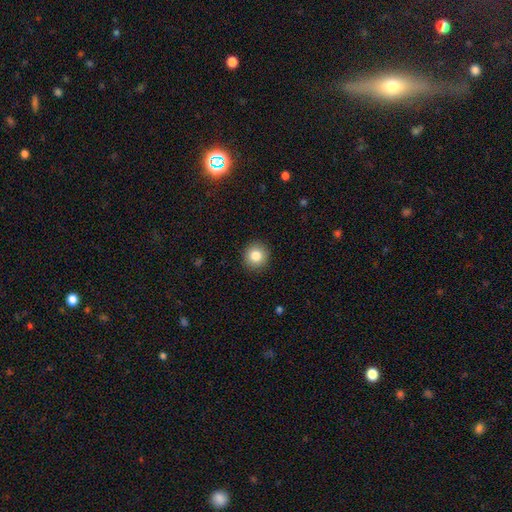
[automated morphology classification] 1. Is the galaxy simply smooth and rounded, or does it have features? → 82% smooth, 10% star or artifact, 8% featured or disk.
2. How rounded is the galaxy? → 92% round, 7% in between, 1% cigar-shaped.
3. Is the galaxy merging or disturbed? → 91% none, 6% minor disturbance, 2% major disturbance, 1% merger.